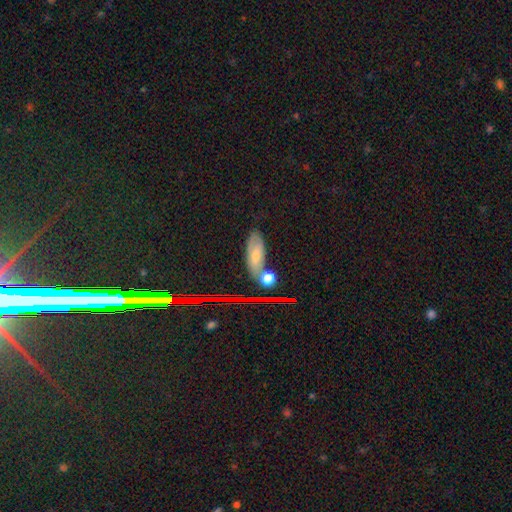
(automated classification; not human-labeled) Smooth or featured?
  - smooth: 46% *
  - featured or disk: 33%
  - star or artifact: 21%
Merging?
  - none: 66% *
  - minor disturbance: 19%
  - merger: 9%
  - major disturbance: 6%